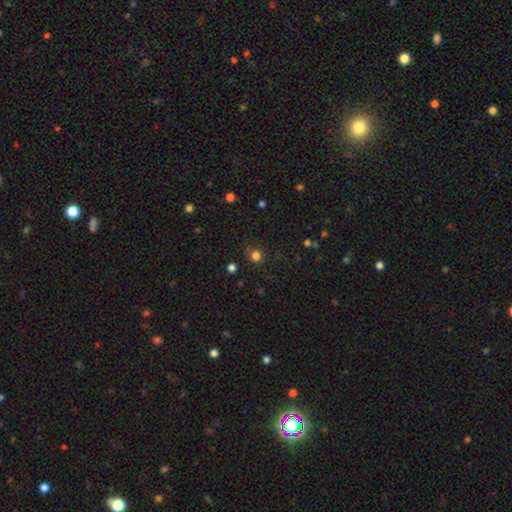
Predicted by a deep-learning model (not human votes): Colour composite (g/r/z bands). It shows a smooth galaxy with no disk features (78%) that is round (90%). Merging: none (82%).